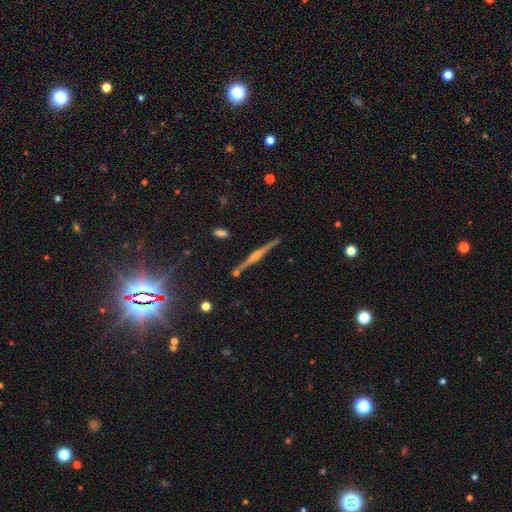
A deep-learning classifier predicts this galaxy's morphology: Overall: featured or disk (75%). Edge-on disk: yes (98%). Edge-on bulge: rounded (60%; boxy 24%). Merging: none (87%).